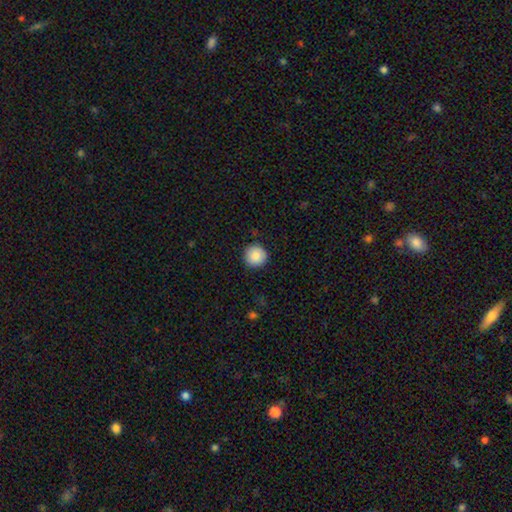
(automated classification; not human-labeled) smooth_or_featured: smooth (p=0.87) [alt: star or artifact p=0.08]
how_rounded: round (p=0.96) [alt: in between p=0.03]
merging: none (p=0.92) [alt: minor disturbance p=0.06]